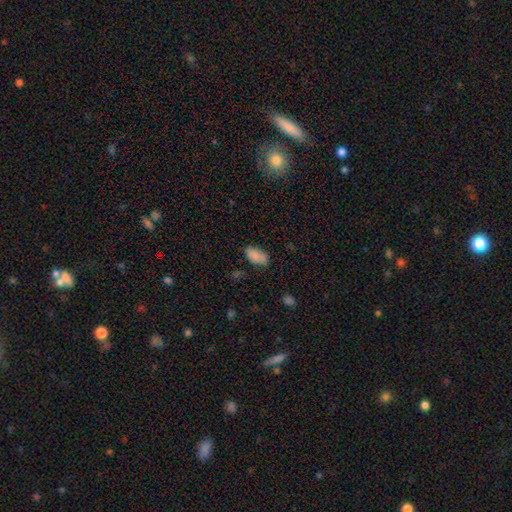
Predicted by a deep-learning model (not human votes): Q: Smooth or featured?
A: smooth (87%); runner-up: star or artifact (8%)
Q: How rounded?
A: in between (94%); runner-up: round (3%)
Q: Merging?
A: none (77%); runner-up: minor disturbance (17%)